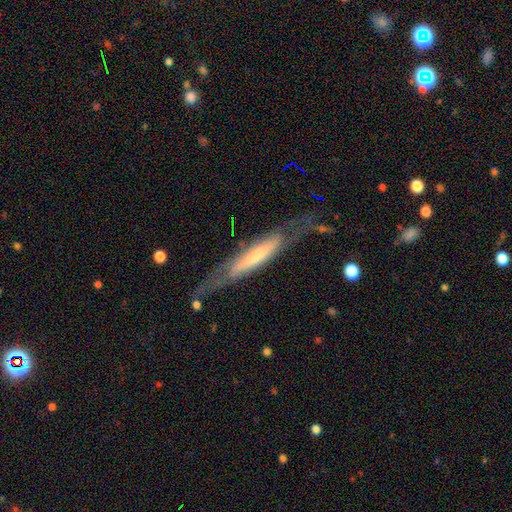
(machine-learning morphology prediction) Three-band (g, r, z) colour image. It shows a featured or disk galaxy (63%) viewed edge-on (59%). Merging: none (61%).